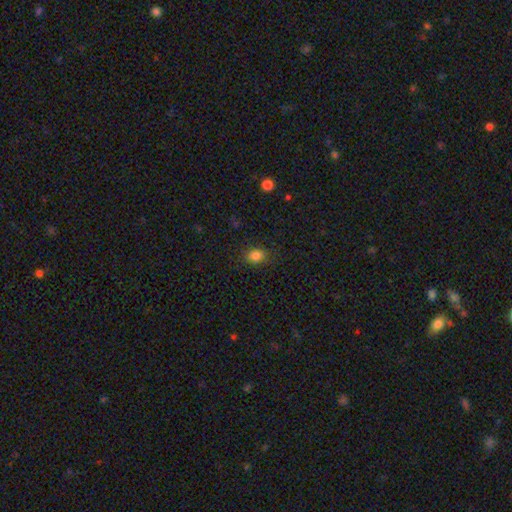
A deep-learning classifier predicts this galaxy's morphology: This is clearly a smooth galaxy (84%). How rounded: likely in between (62%). Merging: clearly none (82%).